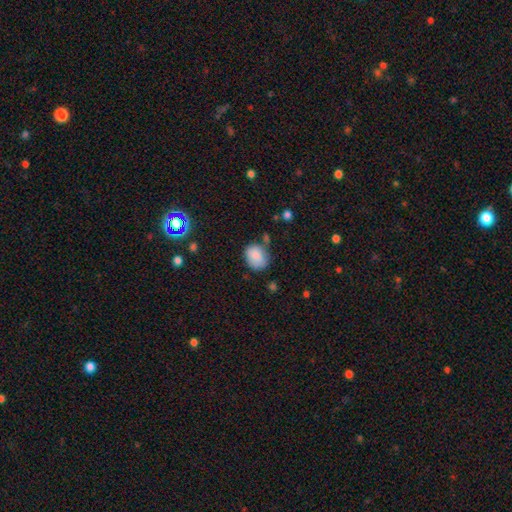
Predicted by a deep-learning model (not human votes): This appears to be a smooth galaxy with no disk features (83%) that is round (53%). Merging: none (61%).